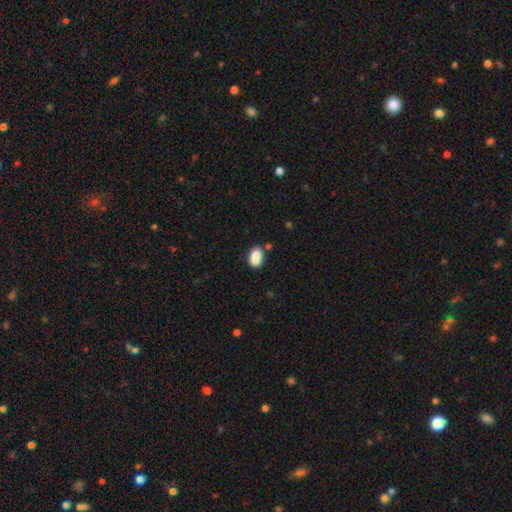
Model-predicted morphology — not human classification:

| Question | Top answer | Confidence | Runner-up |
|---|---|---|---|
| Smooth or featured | smooth | 81% | featured or disk (10%) |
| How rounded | in between | 85% | round (14%) |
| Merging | none | 54% | merger (23%) |